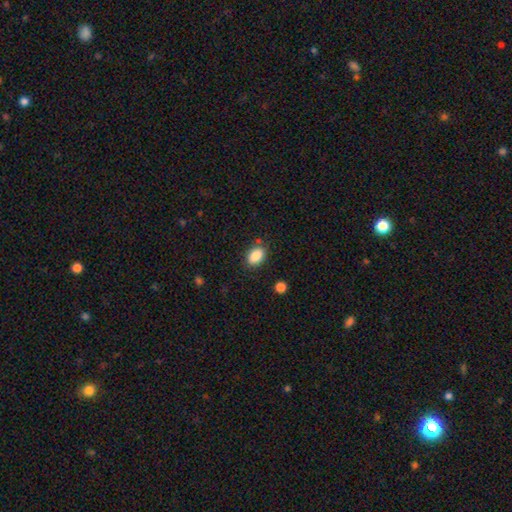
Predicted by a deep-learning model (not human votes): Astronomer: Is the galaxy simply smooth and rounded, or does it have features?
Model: smooth — 87%.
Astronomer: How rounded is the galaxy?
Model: in between — 86%.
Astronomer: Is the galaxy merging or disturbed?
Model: none — 82%.